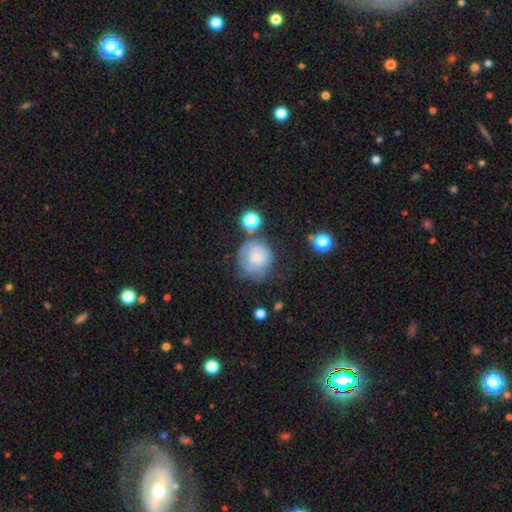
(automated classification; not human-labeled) The model was most divided on "merging": none: 49%, minor disturbance: 27%, major disturbance: 16%, merger: 8%. More confident: how rounded — round (86%); smooth or featured — smooth (61%).